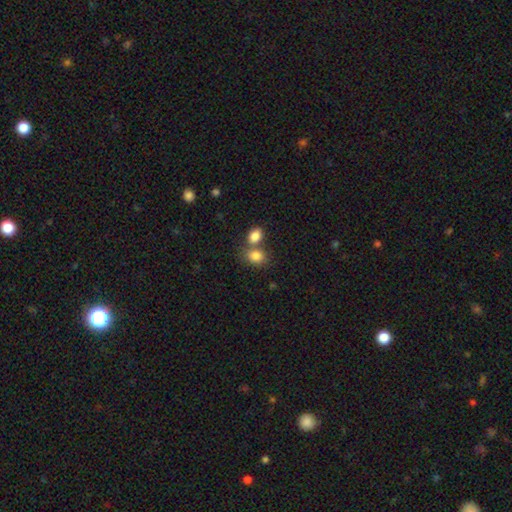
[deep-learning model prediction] A smooth galaxy with no disk features (84%) that is in between round and cigar-shaped (64%).

Vote fractions:
- Smooth or featured? smooth: 84% / star or artifact: 9% / featured or disk: 7%
- How rounded? in between: 64% / round: 35% / cigar-shaped: 1%
- Merging? none: 44% / merger: 43% / minor disturbance: 9% / major disturbance: 3%